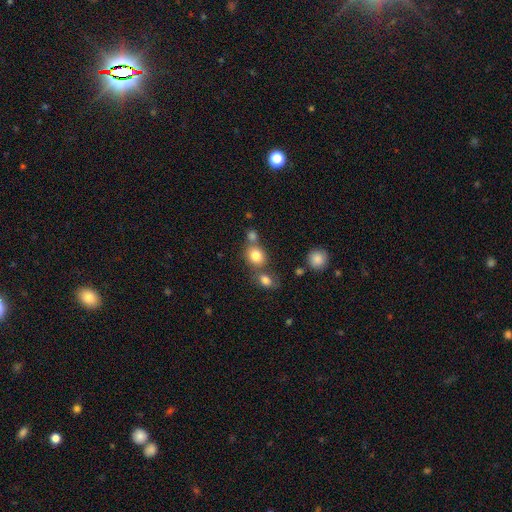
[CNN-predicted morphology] Smooth or featured?
  - smooth: 81% *
  - star or artifact: 11%
  - featured or disk: 8%
How rounded?
  - round: 65% *
  - in between: 34%
  - cigar-shaped: 1%
Merging?
  - none: 54% *
  - merger: 30%
  - minor disturbance: 11%
  - major disturbance: 4%